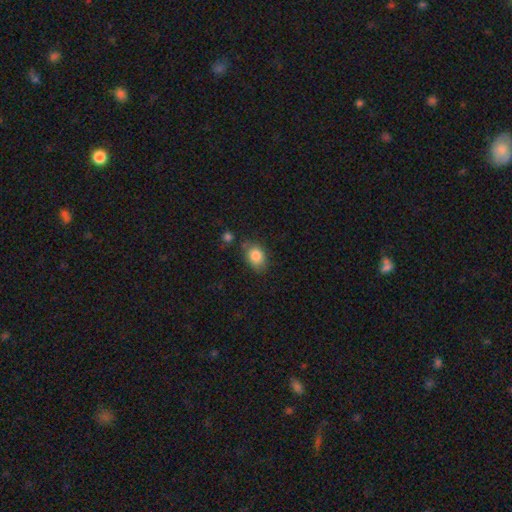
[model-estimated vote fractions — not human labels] Smooth or featured?
  - smooth: 85% *
  - star or artifact: 8%
  - featured or disk: 7%
How rounded?
  - in between: 76% *
  - round: 23%
  - cigar-shaped: 1%
Merging?
  - none: 70% *
  - minor disturbance: 19%
  - merger: 6%
  - major disturbance: 5%